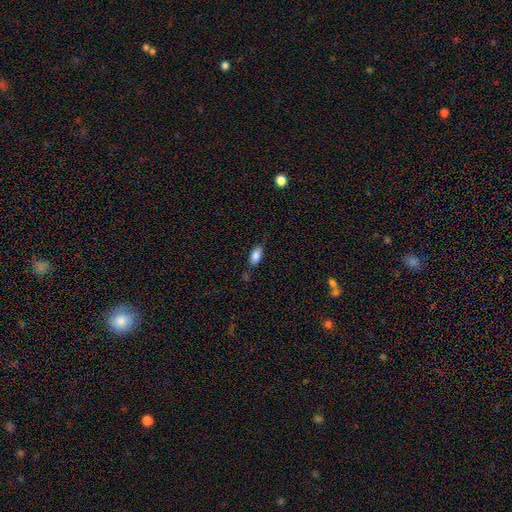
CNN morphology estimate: This appears to be a smooth galaxy with no disk features (83%) that is in between round and cigar-shaped (88%). Merging: none (68%).